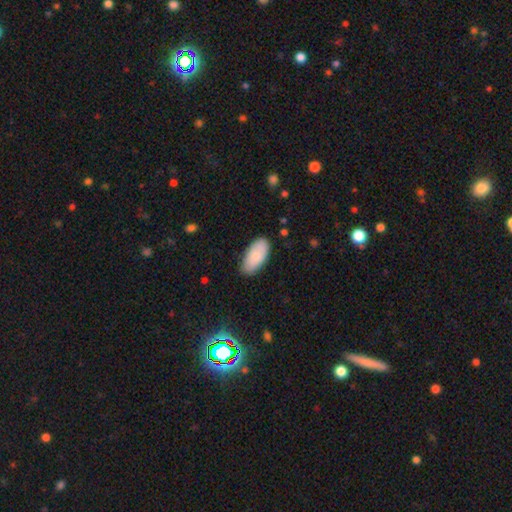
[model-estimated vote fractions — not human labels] This is clearly a smooth galaxy (83%). How rounded: clearly in between (94%). Merging: likely none (80%).